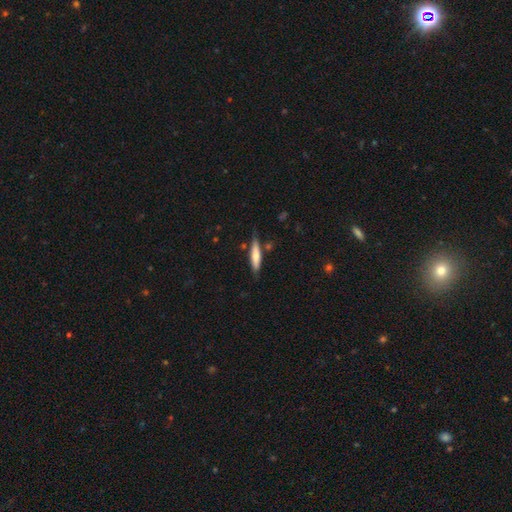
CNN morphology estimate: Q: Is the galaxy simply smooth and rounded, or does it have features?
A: smooth — 62%.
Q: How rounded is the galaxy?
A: cigar-shaped — 84%.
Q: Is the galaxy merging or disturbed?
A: none — 76%.